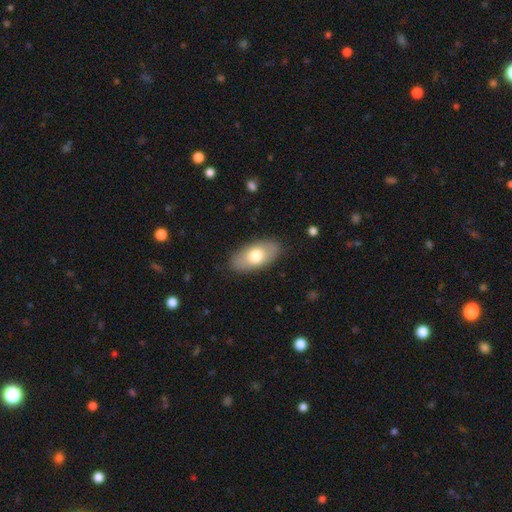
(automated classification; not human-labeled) smooth 71%, featured or disk 23%, star or artifact 6%. Down the decision tree: how rounded — in between (92%); merging — none (86%).